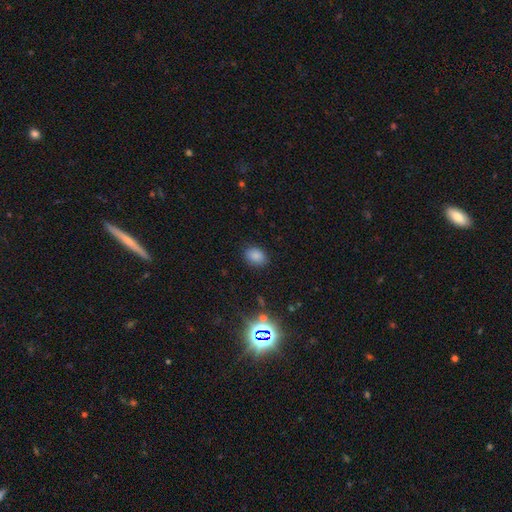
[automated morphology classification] smooth-or-featured: smooth: 82% | star or artifact: 13% | featured or disk: 5%
  how-rounded: in between: 65% | round: 34% | cigar-shaped: 1%
  merging: none: 85% | minor disturbance: 11% | major disturbance: 3% | merger: 1%